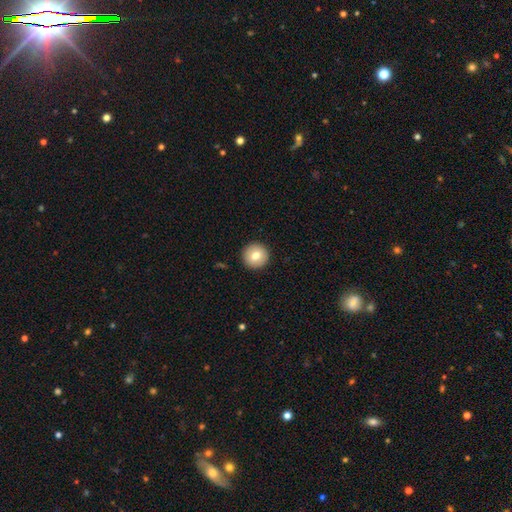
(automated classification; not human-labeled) This is likely a smooth galaxy (78%). How rounded: clearly round (97%). Merging: clearly none (93%).